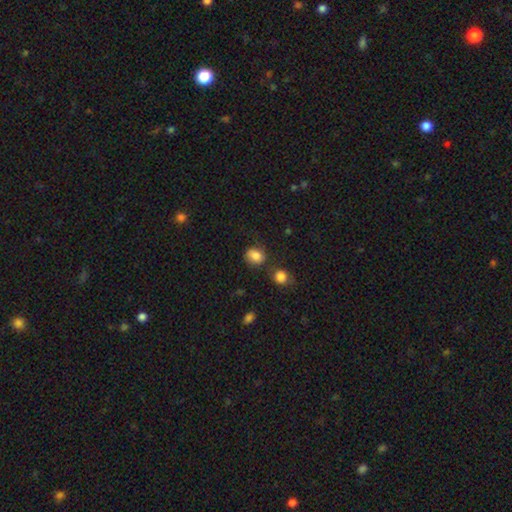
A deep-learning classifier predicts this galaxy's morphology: Q: Smooth or featured?
A: smooth (83%); runner-up: star or artifact (10%)
Q: How rounded?
A: round (52%); runner-up: in between (47%)
Q: Merging?
A: none (64%); runner-up: minor disturbance (19%)